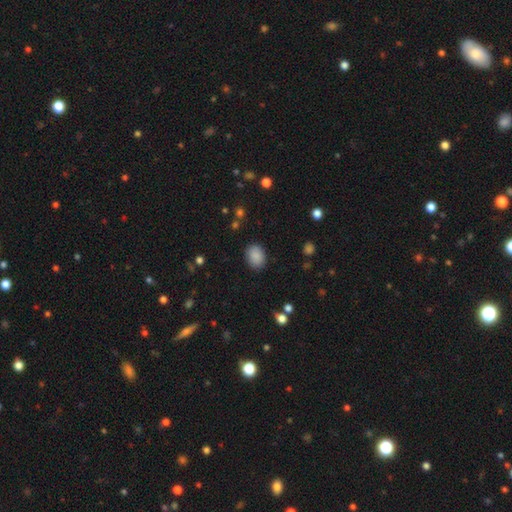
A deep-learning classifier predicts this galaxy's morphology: The model was most divided on "how rounded": in between: 59%, round: 40%, cigar-shaped: 1%. More confident: smooth or featured — smooth (87%); merging — none (87%).